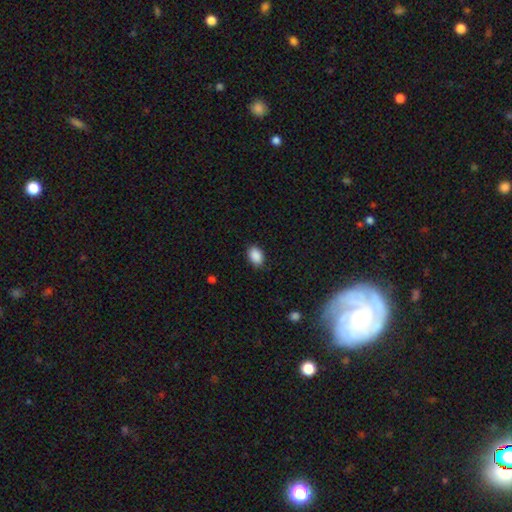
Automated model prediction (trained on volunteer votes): Smooth or featured? Predicted: smooth (p=0.89). How rounded? Predicted: in between (p=0.84). Merging? Predicted: none (p=0.84).